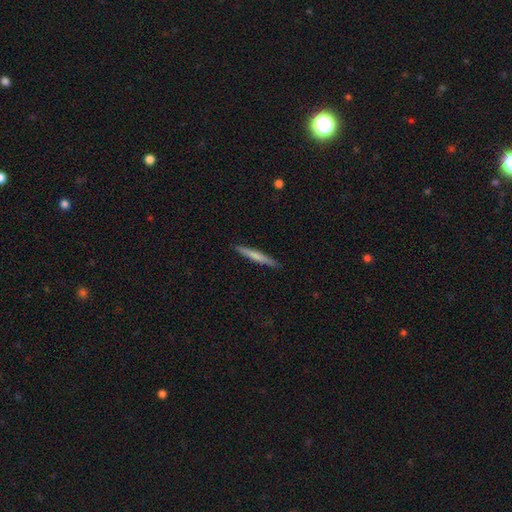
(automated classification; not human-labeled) smooth 63%, featured or disk 31%, star or artifact 5%. Down the decision tree: how rounded — cigar-shaped (96%); merging — none (90%).